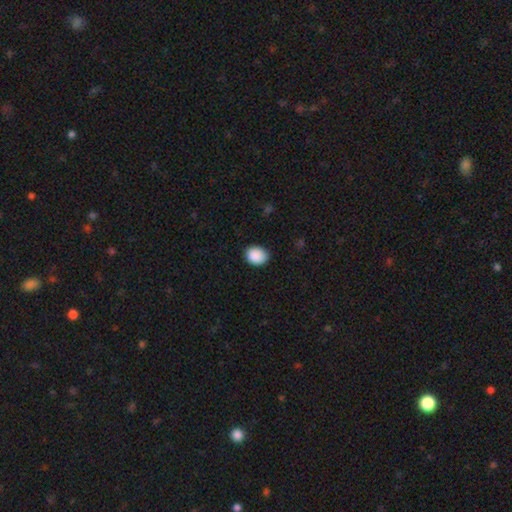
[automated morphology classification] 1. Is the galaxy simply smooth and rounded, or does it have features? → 90% smooth, 8% star or artifact, 3% featured or disk.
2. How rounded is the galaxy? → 52% round, 47% in between, 1% cigar-shaped.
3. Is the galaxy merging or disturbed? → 84% none, 13% minor disturbance, 2% major disturbance, 1% merger.